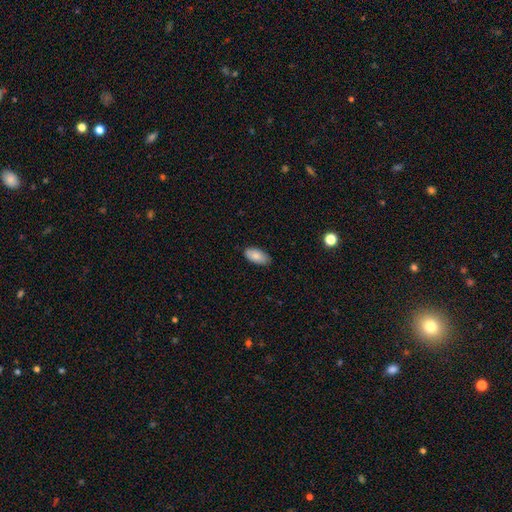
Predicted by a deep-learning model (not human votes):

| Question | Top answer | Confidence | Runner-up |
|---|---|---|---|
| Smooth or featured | smooth | 85% | featured or disk (9%) |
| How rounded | in between | 94% | cigar-shaped (4%) |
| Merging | none | 85% | minor disturbance (12%) |